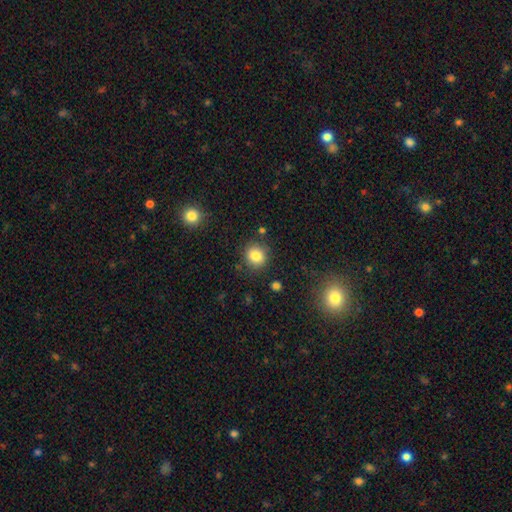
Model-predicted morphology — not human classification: smooth 83%, star or artifact 11%, featured or disk 6%. Down the decision tree: how rounded — round (84%); merging — none (85%).